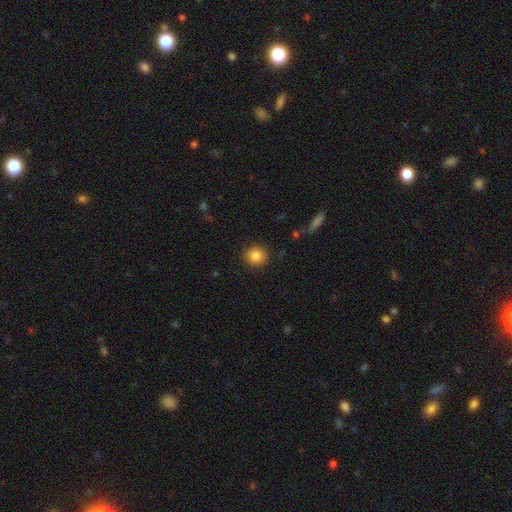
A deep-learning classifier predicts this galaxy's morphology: smooth_or_featured: smooth (p=0.85) [alt: star or artifact p=0.09]
how_rounded: round (p=0.93) [alt: in between p=0.06]
merging: none (p=0.90) [alt: minor disturbance p=0.07]